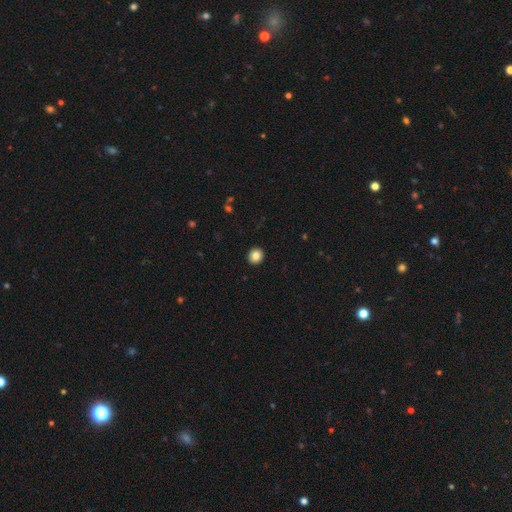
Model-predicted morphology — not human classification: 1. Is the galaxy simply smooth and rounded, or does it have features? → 85% smooth, 10% star or artifact, 6% featured or disk.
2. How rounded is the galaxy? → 86% round, 13% in between, 1% cigar-shaped.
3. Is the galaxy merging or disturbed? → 93% none, 5% minor disturbance, 1% major disturbance, 1% merger.